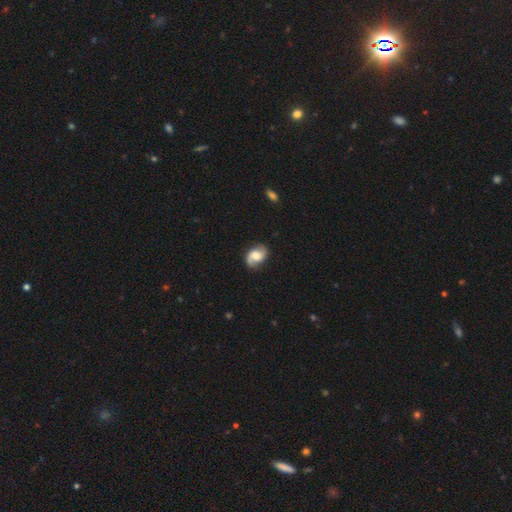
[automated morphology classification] A featured or disk galaxy (64%) with no bar (55%), 2 (85%) loose (42%) spiral arms (93%) and a moderate central bulge (47%). Merging: none (77%).